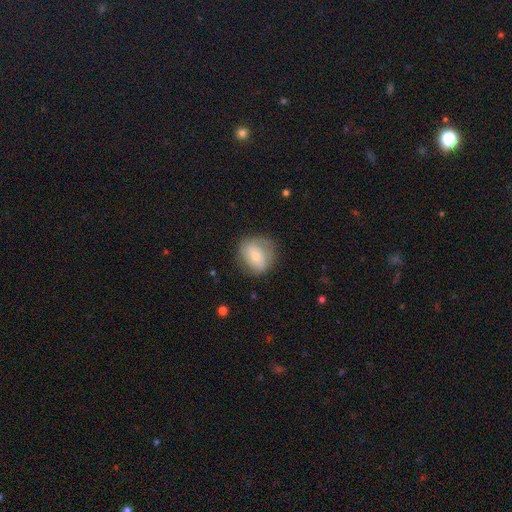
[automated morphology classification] smooth_or_featured: smooth (p=0.54) [alt: featured or disk p=0.39]
how_rounded: round (p=0.71) [alt: in between p=0.28]
merging: none (p=0.71) [alt: minor disturbance p=0.19]